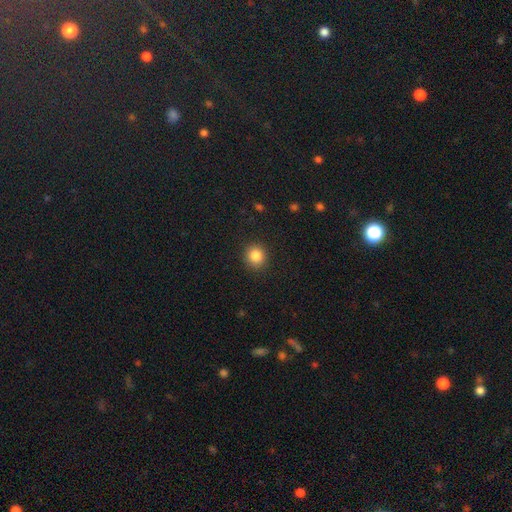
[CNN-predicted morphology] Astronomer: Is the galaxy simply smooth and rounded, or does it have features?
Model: smooth — 84%.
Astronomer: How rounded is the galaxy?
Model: round — 90%.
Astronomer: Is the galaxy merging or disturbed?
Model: none — 91%.